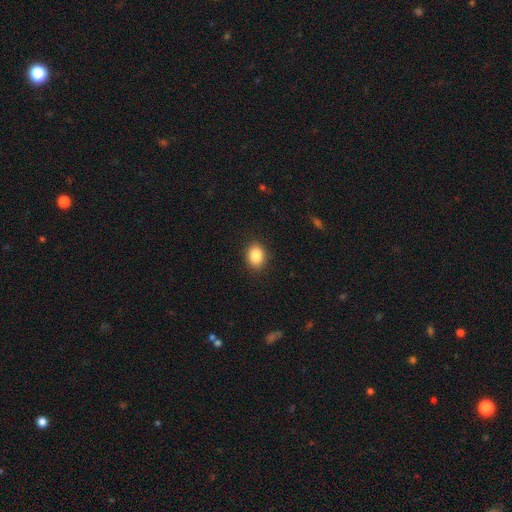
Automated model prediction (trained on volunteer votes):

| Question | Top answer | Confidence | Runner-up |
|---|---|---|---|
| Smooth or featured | smooth | 87% | star or artifact (8%) |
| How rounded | in between | 64% | round (35%) |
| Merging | none | 88% | minor disturbance (9%) |